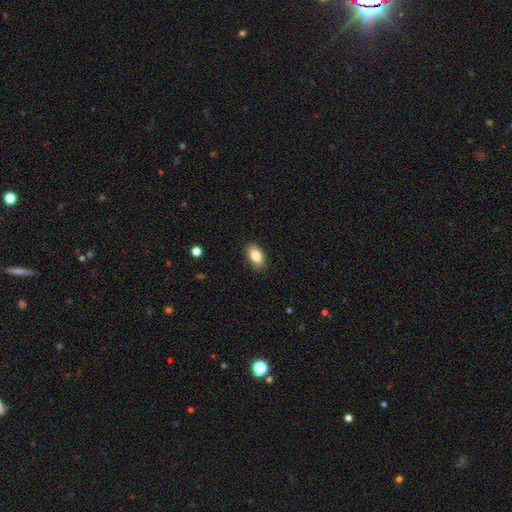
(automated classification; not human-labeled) Smooth or featured: smooth — 84% (featured or disk — 9%)
How rounded: in between — 91% (round — 6%)
Merging: none — 87% (minor disturbance — 10%)